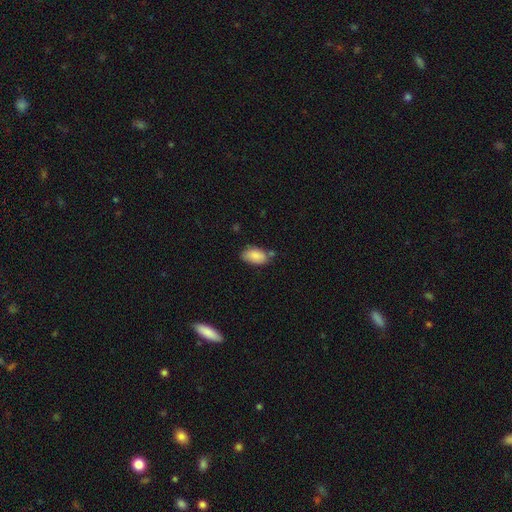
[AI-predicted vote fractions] Q: Smooth or featured?
A: smooth (87%); runner-up: star or artifact (7%)
Q: How rounded?
A: in between (93%); runner-up: round (4%)
Q: Merging?
A: none (64%); runner-up: minor disturbance (24%)